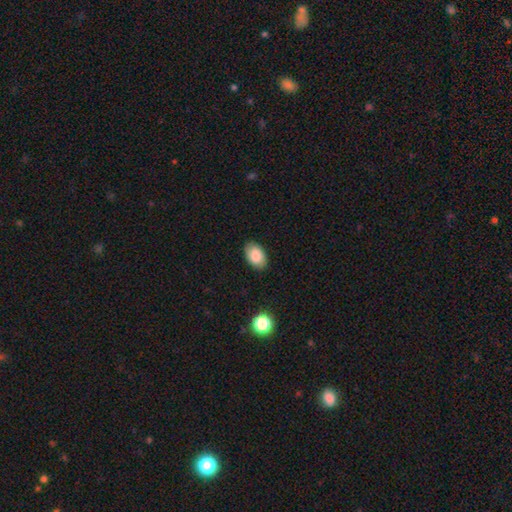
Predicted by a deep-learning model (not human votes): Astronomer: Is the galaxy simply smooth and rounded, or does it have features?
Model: smooth — 86%.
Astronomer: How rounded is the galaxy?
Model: in between — 91%.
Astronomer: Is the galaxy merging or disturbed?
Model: none — 87%.